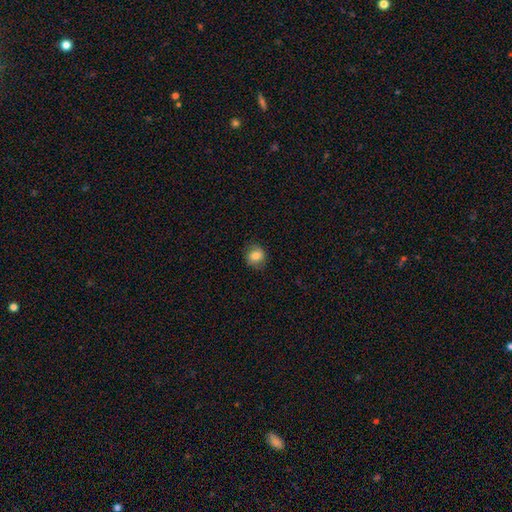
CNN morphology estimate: This appears to be a smooth galaxy with no disk features (80%) that is round (77%). Merging: none (79%).